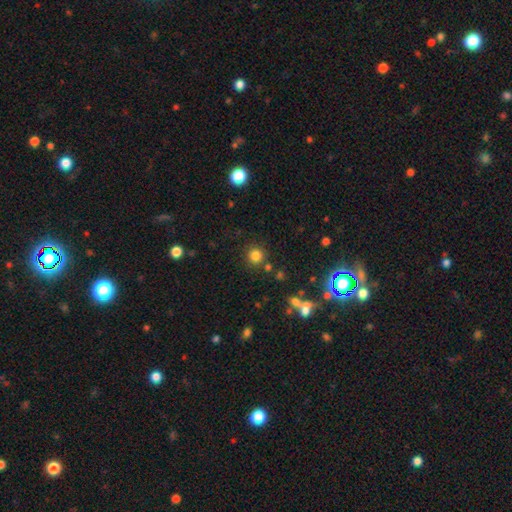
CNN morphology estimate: smooth-or-featured: smooth: 80% | star or artifact: 15% | featured or disk: 5%
  how-rounded: round: 94% | in between: 5% | cigar-shaped: 1%
  merging: none: 84% | minor disturbance: 7% | merger: 6% | major disturbance: 3%